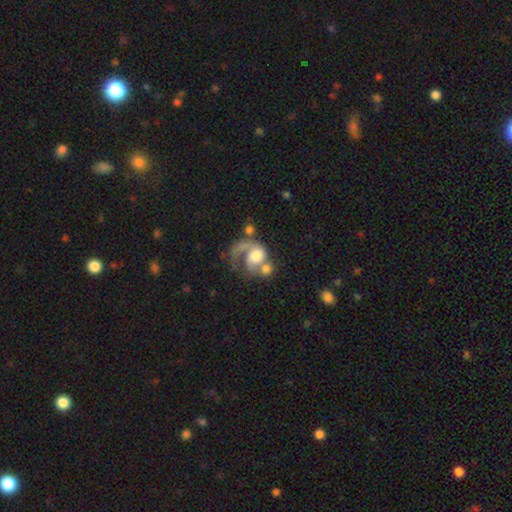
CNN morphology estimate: Overall: featured or disk (65%; smooth 28%). Edge-on disk: no (98%). Bar: no (76%). Spiral arms: yes (82%). Spiral arm count: 1 (80%). Spiral winding: loose (51%; medium 32%). Bulge size: large (35%, tied with moderate). Merging: merger (37%; major disturbance 32%).